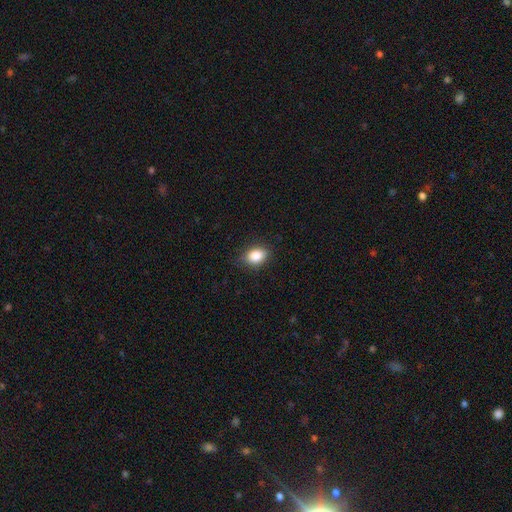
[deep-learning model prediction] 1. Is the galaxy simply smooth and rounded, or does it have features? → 85% smooth, 9% star or artifact, 6% featured or disk.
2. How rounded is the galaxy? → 73% in between, 26% round, 2% cigar-shaped.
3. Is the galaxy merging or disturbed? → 82% none, 14% minor disturbance, 3% major disturbance, 1% merger.